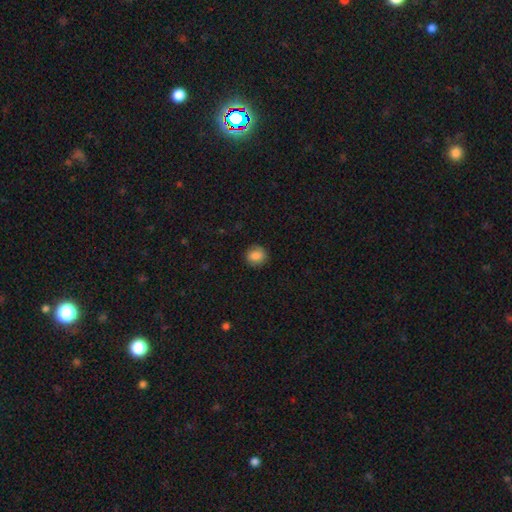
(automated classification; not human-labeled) Overall: smooth (85%). How rounded: round (76%). Merging: none (86%).